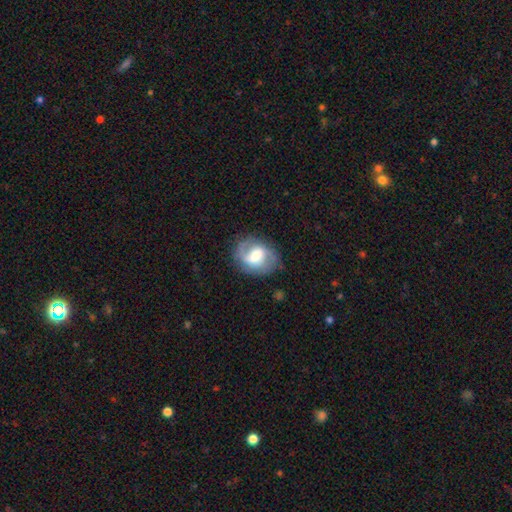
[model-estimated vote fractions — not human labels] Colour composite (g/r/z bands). It shows a featured or disk galaxy (67%) with a weak bar (49%), 2 (80%) medium (46%) spiral arms (85%) and a moderate central bulge (55%). Merging: none (75%).